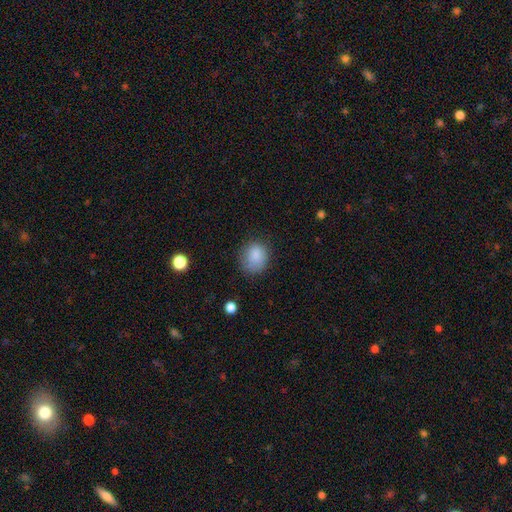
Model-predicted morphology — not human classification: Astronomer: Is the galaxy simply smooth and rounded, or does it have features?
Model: smooth — 85%.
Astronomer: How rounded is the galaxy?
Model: round — 69%.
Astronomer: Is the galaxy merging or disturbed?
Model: none — 71%.